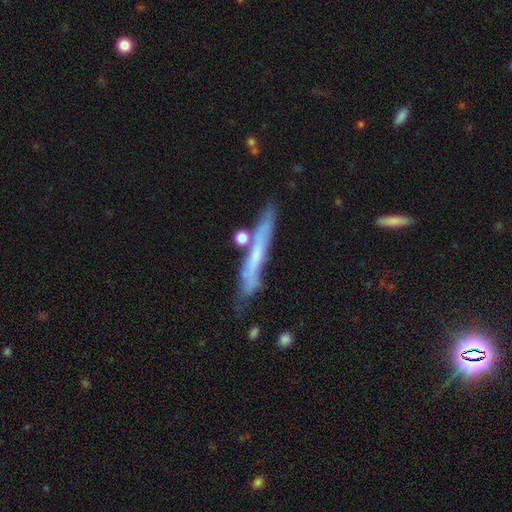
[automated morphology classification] smooth_or_featured: featured or disk (p=0.48) [alt: smooth p=0.44]
merging: none (p=0.70) [alt: minor disturbance p=0.19]